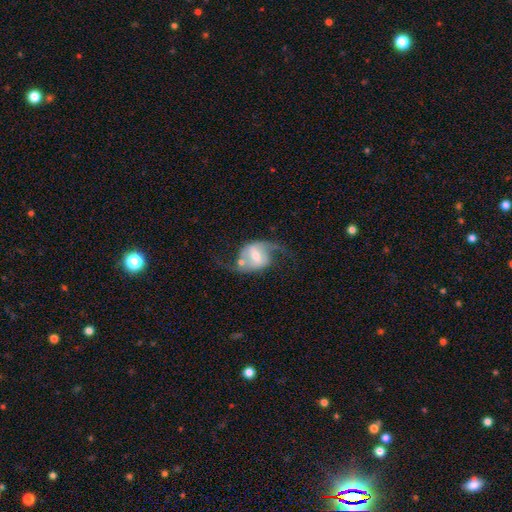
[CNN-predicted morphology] A featured or disk galaxy (82%) with a weak bar (45%), 2 (92%) loose (66%) spiral arms (93%) and a moderate central bulge (53%).

Vote fractions:
- Smooth or featured? featured or disk: 82% / smooth: 12% / star or artifact: 6%
- Edge-on disk? no: 97% / yes: 3%
- Bar? weak: 45% / strong: 33% / no: 21%
- Spiral arms? yes: 93% / no: 7%
- Spiral winding? loose: 66% / medium: 28% / tight: 6%
- Spiral arm count? 2: 92% / can't tell: 3% / 1: 3% / 3: 1% / 4: 1% / more than 4: 1%
- Bulge size? moderate: 53% / small: 34% / large: 8% / none: 3% / dominant: 2%
- Merging? none: 59% / minor disturbance: 17% / major disturbance: 16% / merger: 8%